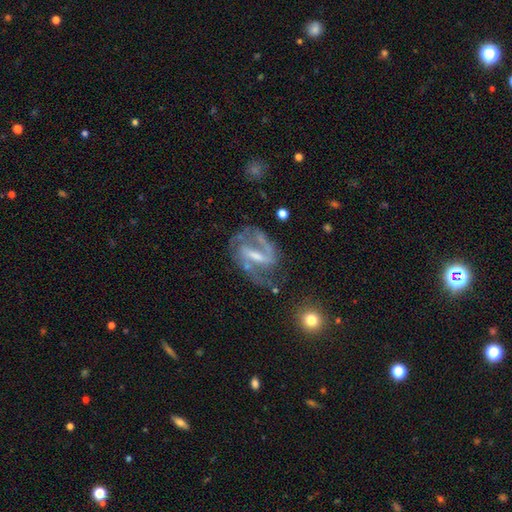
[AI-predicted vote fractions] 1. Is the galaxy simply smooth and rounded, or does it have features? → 85% featured or disk, 8% smooth, 7% star or artifact.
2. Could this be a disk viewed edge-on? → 95% no, 5% yes.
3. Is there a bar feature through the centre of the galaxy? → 65% strong, 26% weak, 8% no.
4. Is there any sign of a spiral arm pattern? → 90% yes, 10% no.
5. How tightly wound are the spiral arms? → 52% medium, 25% tight, 23% loose.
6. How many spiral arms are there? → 84% 2, 6% can't tell, 5% 1, 2% 3, 1% 4, 1% more than 4.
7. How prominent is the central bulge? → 38% small, 36% moderate, 19% none, 6% large, 1% dominant.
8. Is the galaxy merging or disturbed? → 59% none, 20% minor disturbance, 17% major disturbance, 4% merger.